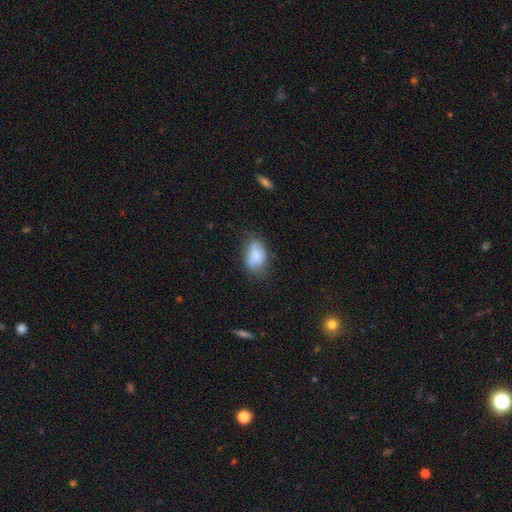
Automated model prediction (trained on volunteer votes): smooth 77%, featured or disk 15%, star or artifact 8%. Down the decision tree: how rounded — in between (88%); merging — none (54%).